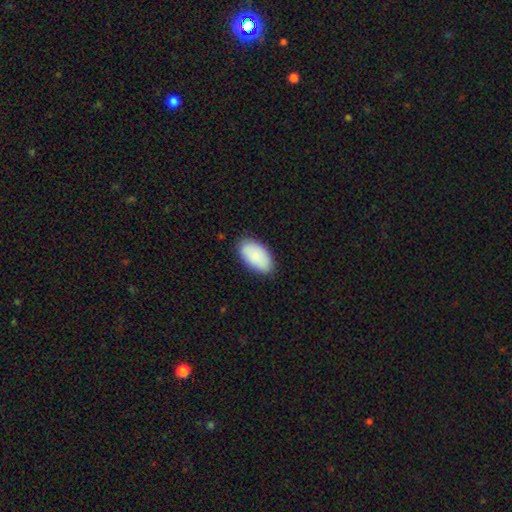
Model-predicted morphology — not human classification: A smooth galaxy with no disk features (86%) that is in between round and cigar-shaped (95%). Merging: none (82%).